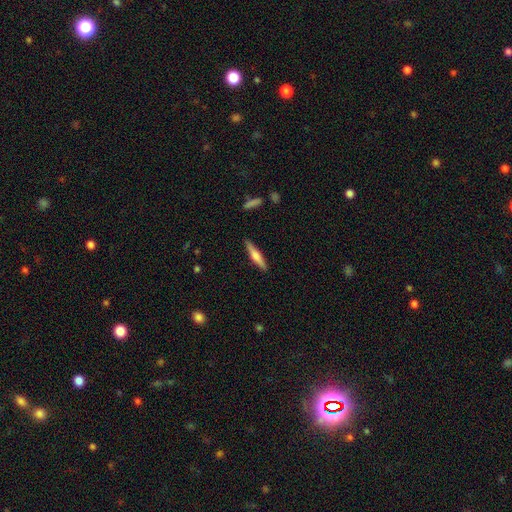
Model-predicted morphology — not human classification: This appears to be a smooth galaxy with no disk features (49%). Merging: none (89%).